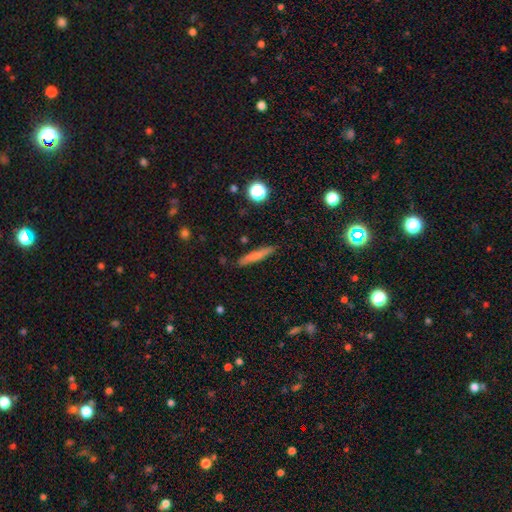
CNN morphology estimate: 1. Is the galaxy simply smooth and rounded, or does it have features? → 70% smooth, 21% featured or disk, 9% star or artifact.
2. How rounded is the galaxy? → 92% cigar-shaped, 6% in between, 2% round.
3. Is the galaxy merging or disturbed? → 87% none, 9% minor disturbance, 2% major disturbance, 2% merger.